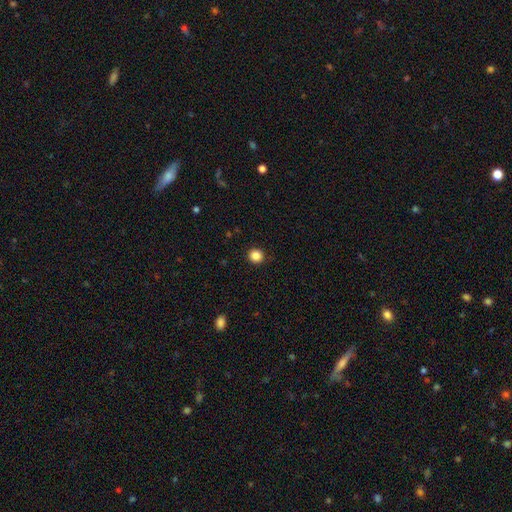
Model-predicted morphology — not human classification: smooth 86%, star or artifact 11%, featured or disk 3%. Down the decision tree: how rounded — round (92%); merging — none (92%).